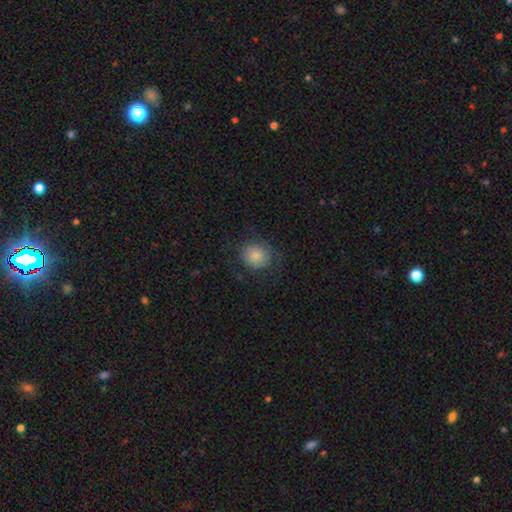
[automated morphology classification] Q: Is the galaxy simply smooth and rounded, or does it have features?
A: smooth — 76%.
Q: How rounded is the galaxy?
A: round — 84%.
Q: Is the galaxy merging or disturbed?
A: none — 67%.